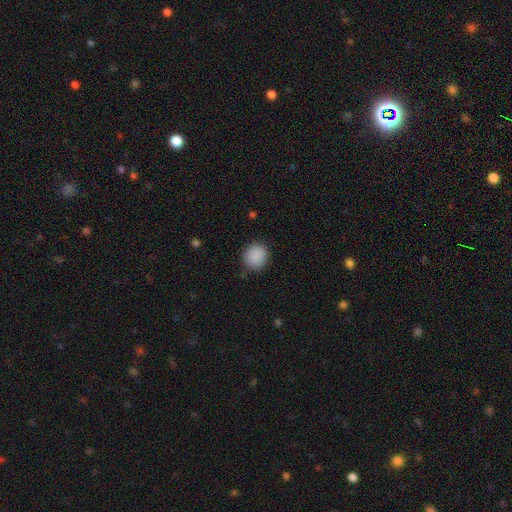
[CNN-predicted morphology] This appears to be a smooth galaxy with no disk features (89%) that is round (85%). Merging: none (86%).